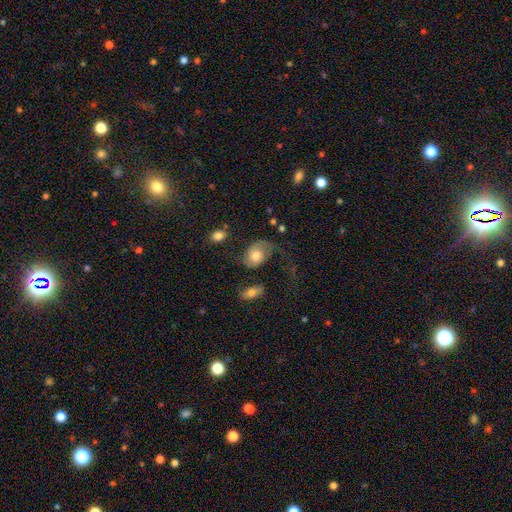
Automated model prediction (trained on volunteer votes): Smooth or featured: smooth — 52% (featured or disk — 40%)
How rounded: in between — 72% (round — 27%)
Merging: none — 39% (major disturbance — 32%)